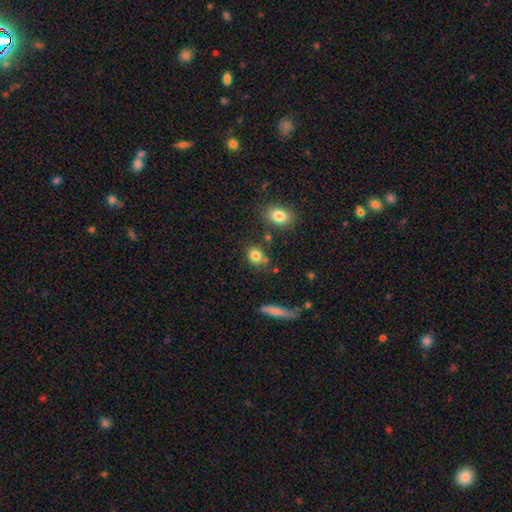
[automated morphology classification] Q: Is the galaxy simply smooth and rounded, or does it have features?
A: smooth — 82%.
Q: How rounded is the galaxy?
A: round — 66%.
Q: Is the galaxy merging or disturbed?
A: none — 67%.